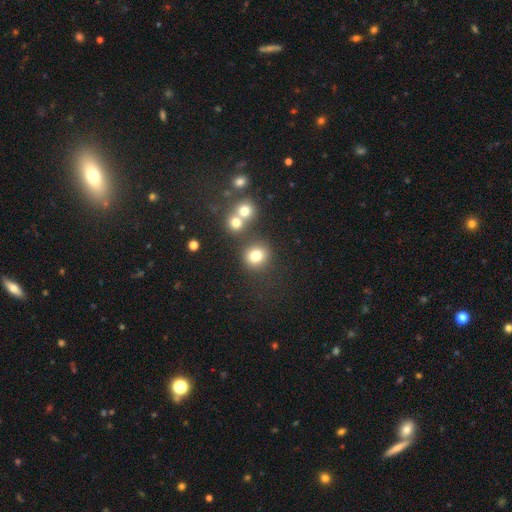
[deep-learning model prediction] smooth_or_featured: smooth (p=0.77) [alt: star or artifact p=0.15]
how_rounded: round (p=0.86) [alt: in between p=0.13]
merging: none (p=0.72) [alt: merger p=0.15]